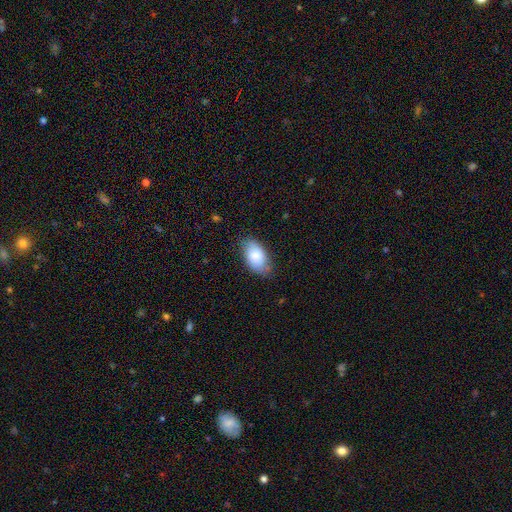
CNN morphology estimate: This appears to be a smooth galaxy with no disk features (83%) that is in between round and cigar-shaped (94%). Merging: none (74%).